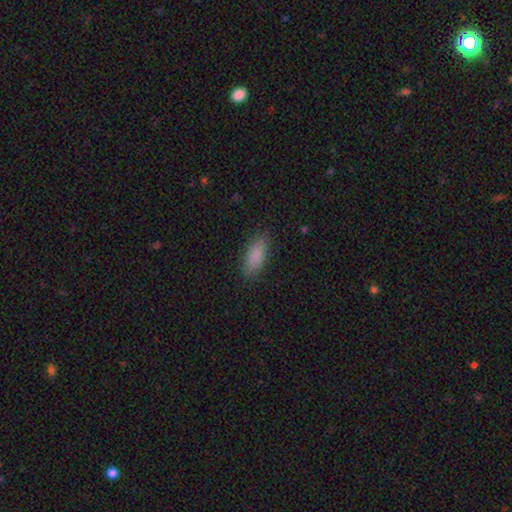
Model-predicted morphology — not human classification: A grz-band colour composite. It shows a smooth galaxy with no disk features (88%) that is in between round and cigar-shaped (80%). Merging: none (86%).